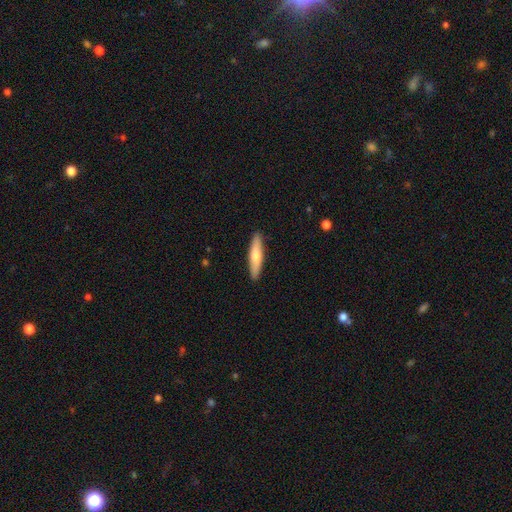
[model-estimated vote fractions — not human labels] smooth 66%, featured or disk 29%, star or artifact 5%. Down the decision tree: how rounded — cigar-shaped (83%); merging — none (90%).